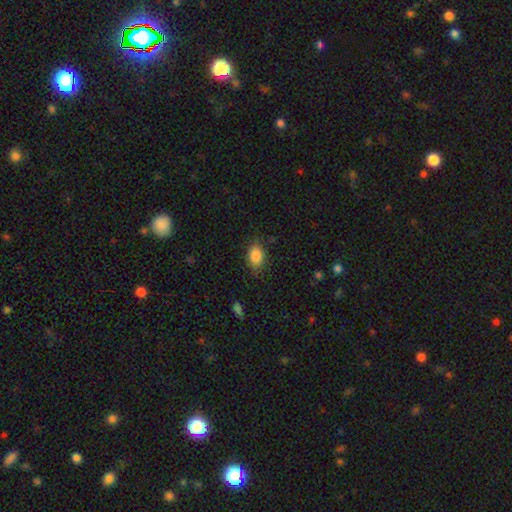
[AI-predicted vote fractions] A smooth galaxy with no disk features (86%) that is in between round and cigar-shaped (81%). Merging: none (80%).